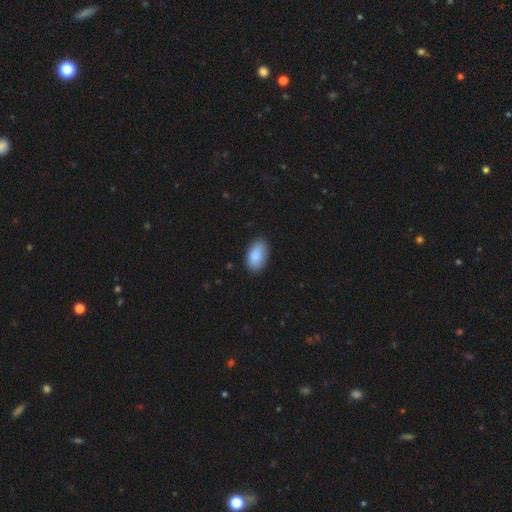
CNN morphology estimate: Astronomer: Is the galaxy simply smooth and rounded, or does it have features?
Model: smooth — 88%.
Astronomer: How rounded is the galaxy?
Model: in between — 94%.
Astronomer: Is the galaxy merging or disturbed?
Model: none — 83%.